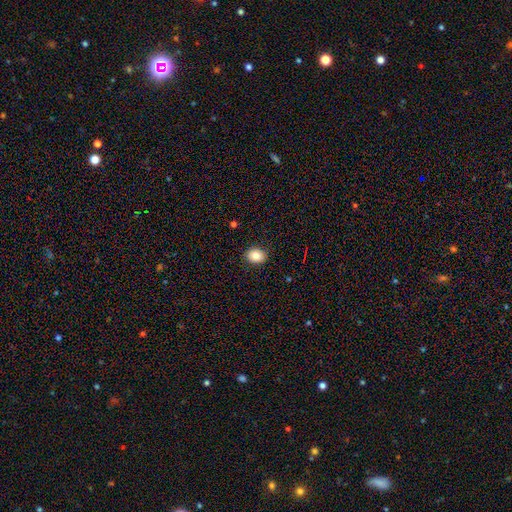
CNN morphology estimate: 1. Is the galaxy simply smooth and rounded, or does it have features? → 84% smooth, 9% star or artifact, 6% featured or disk.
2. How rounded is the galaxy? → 50% in between, 49% round, 1% cigar-shaped.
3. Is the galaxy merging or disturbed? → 89% none, 8% minor disturbance, 2% major disturbance, 1% merger.